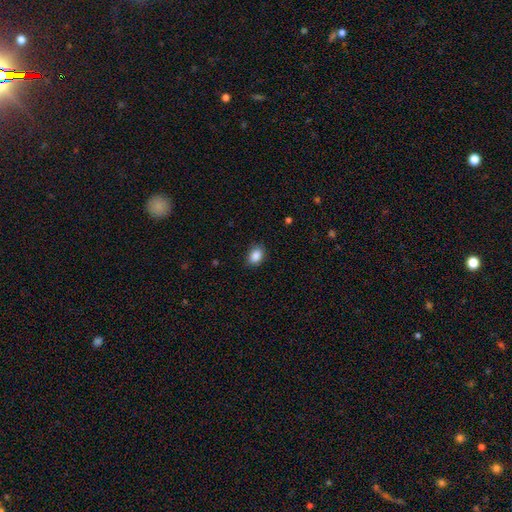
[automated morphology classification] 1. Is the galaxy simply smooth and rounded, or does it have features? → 88% smooth, 8% star or artifact, 4% featured or disk.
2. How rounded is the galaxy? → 72% in between, 27% round, 1% cigar-shaped.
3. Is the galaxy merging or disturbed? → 81% none, 15% minor disturbance, 3% major disturbance, 1% merger.